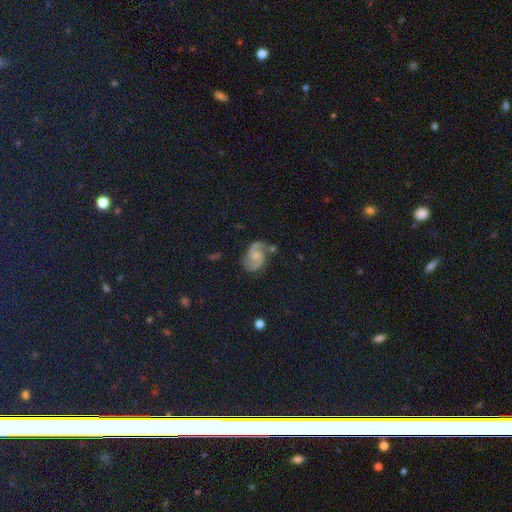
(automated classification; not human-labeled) smooth-or-featured: featured or disk: 84% | star or artifact: 8% | smooth: 7%
  disk-edge-on: no: 98% | yes: 2%
    bar: no: 58% | weak: 35% | strong: 7%
    has-spiral-arms: yes: 97% | no: 3%
      spiral-winding: medium: 59% | tight: 23% | loose: 17%
      spiral-arm-count: 2: 94% | can't tell: 2% | 1: 1% | 3: 1% | 4: 1% | more than 4: 1%
    bulge-size: small: 37% | moderate: 29% | none: 27% | large: 5% | dominant: 2%
  merging: none: 71% | minor disturbance: 17% | major disturbance: 7% | merger: 5%